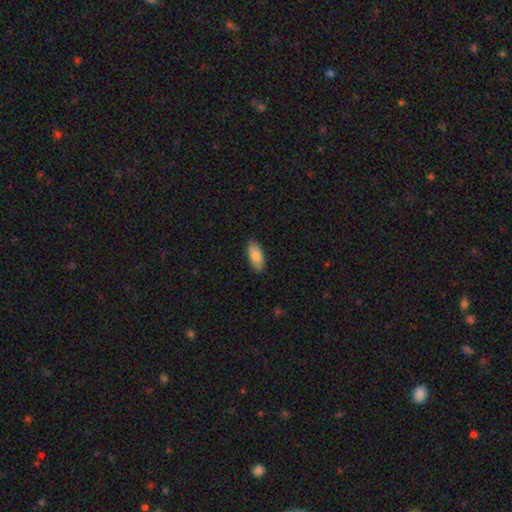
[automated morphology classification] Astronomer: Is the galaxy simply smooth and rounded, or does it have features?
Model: smooth — 83%.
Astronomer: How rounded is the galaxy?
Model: in between — 88%.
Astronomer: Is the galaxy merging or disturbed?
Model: none — 87%.